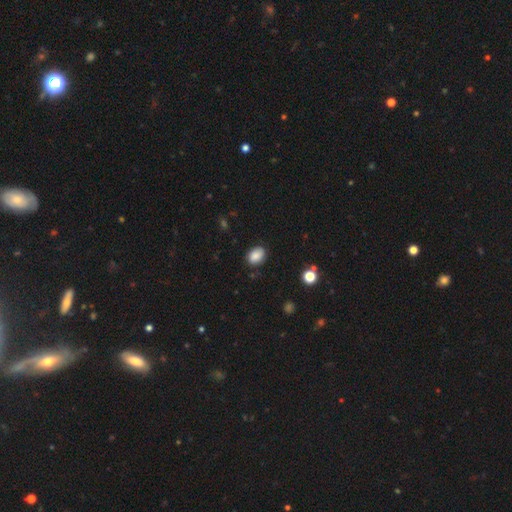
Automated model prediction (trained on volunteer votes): Smooth or featured: smooth — 86% (star or artifact — 9%)
How rounded: in between — 72% (round — 27%)
Merging: none — 82% (minor disturbance — 14%)